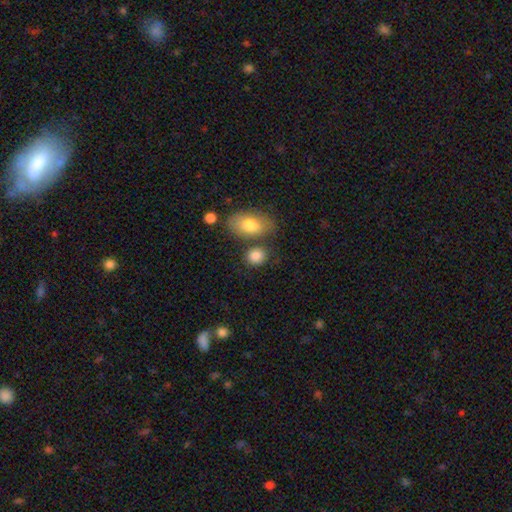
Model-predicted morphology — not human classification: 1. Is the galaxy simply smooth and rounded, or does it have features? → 85% smooth, 8% star or artifact, 7% featured or disk.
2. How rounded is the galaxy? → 53% round, 45% in between, 2% cigar-shaped.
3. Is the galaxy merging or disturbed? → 69% none, 13% merger, 13% minor disturbance, 4% major disturbance.